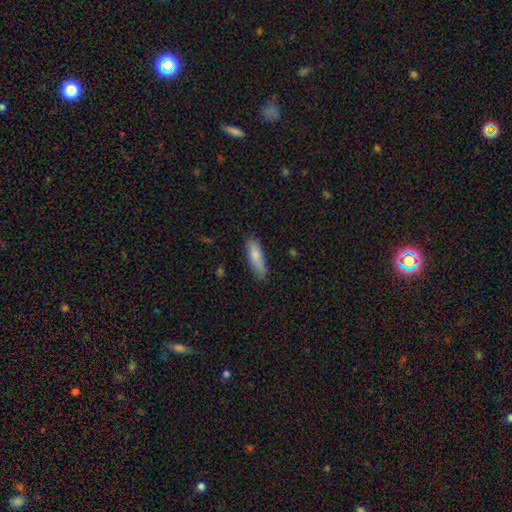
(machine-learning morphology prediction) smooth 81%, featured or disk 13%, star or artifact 6%. Down the decision tree: how rounded — cigar-shaped (55%); merging — none (74%).